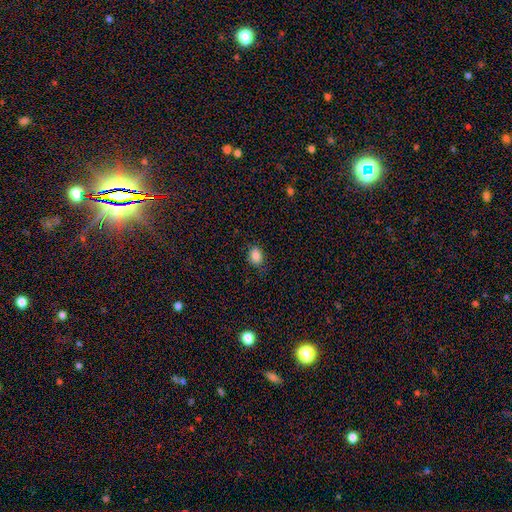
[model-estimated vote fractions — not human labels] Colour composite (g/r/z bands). It shows a smooth galaxy with no disk features (85%) that is in between round and cigar-shaped (69%). Merging: none (76%).